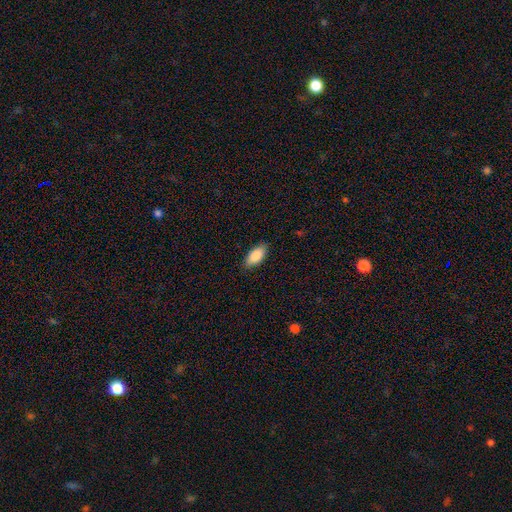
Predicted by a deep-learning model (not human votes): Overall: smooth (87%). How rounded: in between (89%). Merging: none (87%).